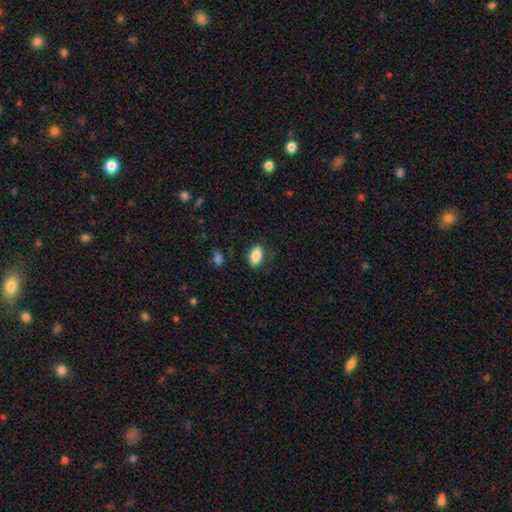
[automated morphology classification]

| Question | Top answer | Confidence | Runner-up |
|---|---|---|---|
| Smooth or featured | smooth | 87% | star or artifact (8%) |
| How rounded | in between | 90% | round (8%) |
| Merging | none | 82% | minor disturbance (13%) |